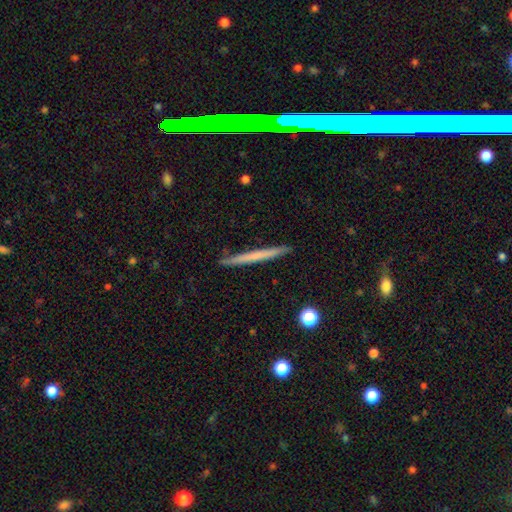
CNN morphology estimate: smooth-or-featured: smooth: 55% | featured or disk: 38% | star or artifact: 7%
  how-rounded: cigar-shaped: 97% | in between: 2% | round: 1%
  merging: none: 89% | minor disturbance: 8% | major disturbance: 2% | merger: 1%